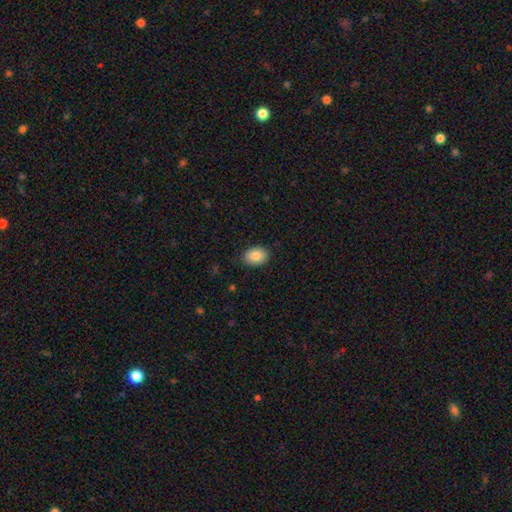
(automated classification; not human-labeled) Smooth or featured?
  - smooth: 87% *
  - star or artifact: 7%
  - featured or disk: 6%
How rounded?
  - in between: 78% *
  - round: 21%
  - cigar-shaped: 1%
Merging?
  - none: 89% *
  - minor disturbance: 8%
  - major disturbance: 2%
  - merger: 1%